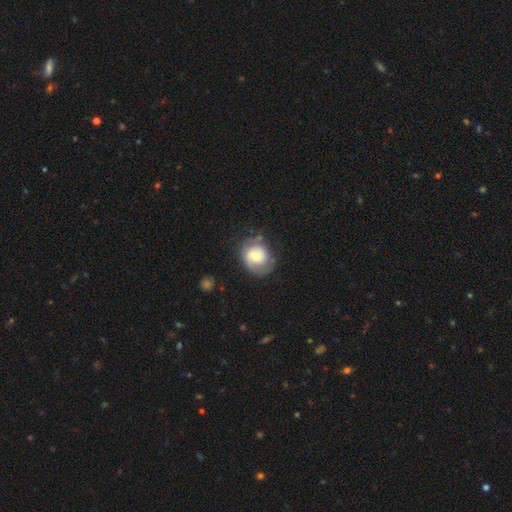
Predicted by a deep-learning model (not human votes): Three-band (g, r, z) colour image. It shows a featured or disk galaxy (57%) with no bar (66%), spiral arms (79%) and a moderate central bulge (48%). Merging: none (63%).